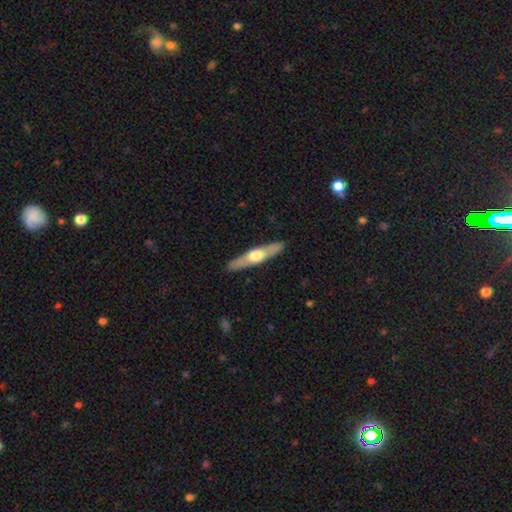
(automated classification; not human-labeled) Overall: featured or disk (57%; smooth 38%). Edge-on disk: yes (91%). Edge-on bulge: rounded (93%). Merging: none (90%).